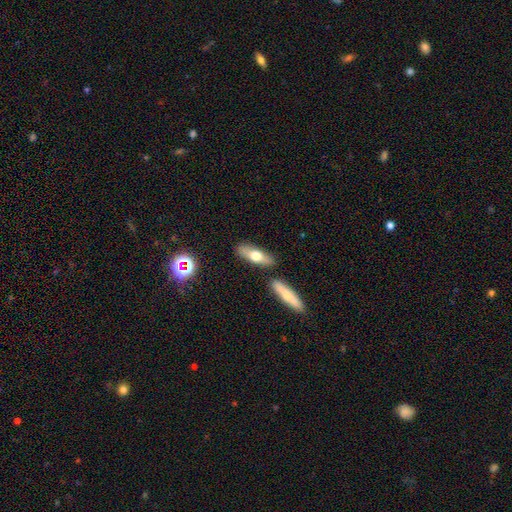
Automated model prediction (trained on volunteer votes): This is likely a smooth galaxy (61%). How rounded: possibly in between (54%). Merging: likely none (80%).